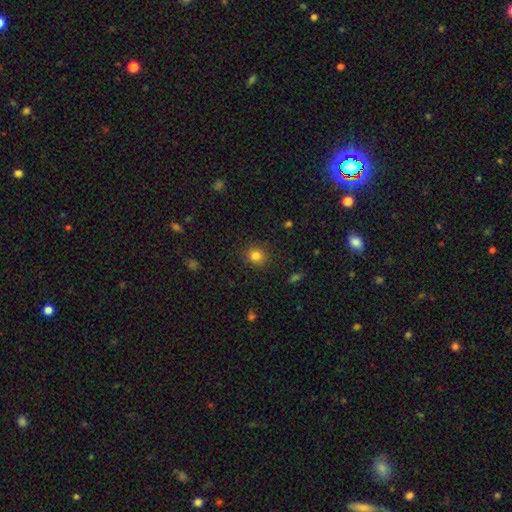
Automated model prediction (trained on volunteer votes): The model was most divided on "how rounded": round: 82%, in between: 17%, cigar-shaped: 1%. More confident: merging — none (87%); smooth or featured — smooth (82%).